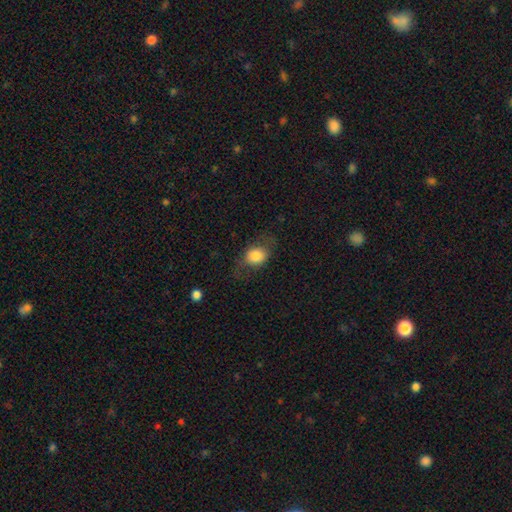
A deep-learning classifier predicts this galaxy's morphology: Smooth or featured? smooth (76%)
How rounded? in between (51%)
Merging? none (65%)